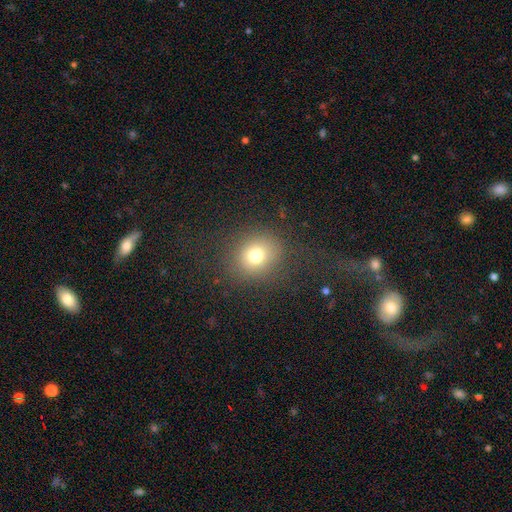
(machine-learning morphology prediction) Smooth or featured?
  - smooth: 73% *
  - star or artifact: 16%
  - featured or disk: 11%
How rounded?
  - round: 80% *
  - in between: 19%
  - cigar-shaped: 1%
Merging?
  - none: 82% *
  - minor disturbance: 9%
  - major disturbance: 8%
  - merger: 1%